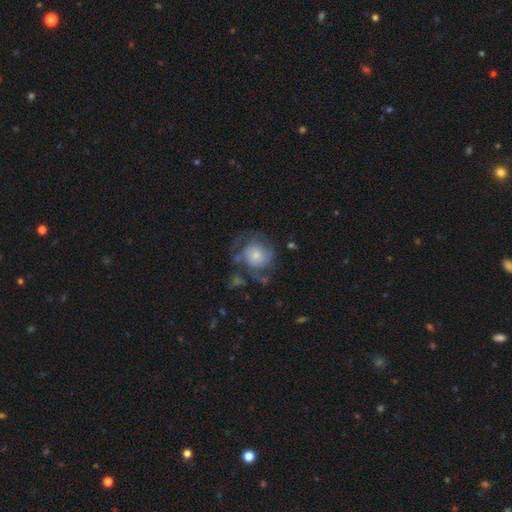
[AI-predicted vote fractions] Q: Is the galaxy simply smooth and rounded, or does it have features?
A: featured or disk — 61%.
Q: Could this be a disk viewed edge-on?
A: no — 98%.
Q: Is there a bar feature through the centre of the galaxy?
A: no — 79%.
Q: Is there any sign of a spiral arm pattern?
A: yes — 83%.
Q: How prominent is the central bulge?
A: small — 44%.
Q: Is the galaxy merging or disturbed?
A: none — 48%.